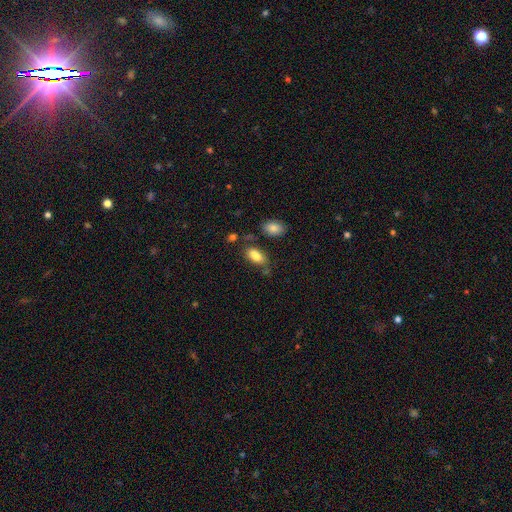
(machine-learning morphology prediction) smooth_or_featured: smooth (p=0.82) [alt: featured or disk p=0.09]
how_rounded: in between (p=0.90) [alt: cigar-shaped p=0.05]
merging: none (p=0.64) [alt: minor disturbance p=0.19]